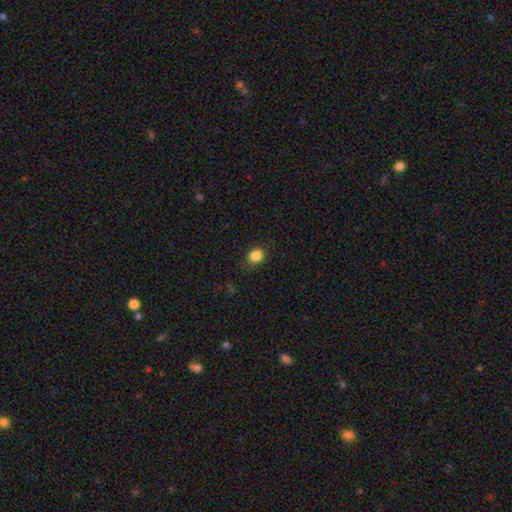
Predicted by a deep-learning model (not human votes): Smooth or featured?
  - smooth: 86% *
  - star or artifact: 11%
  - featured or disk: 4%
How rounded?
  - round: 53% *
  - in between: 46%
  - cigar-shaped: 1%
Merging?
  - none: 81% *
  - minor disturbance: 14%
  - major disturbance: 4%
  - merger: 1%